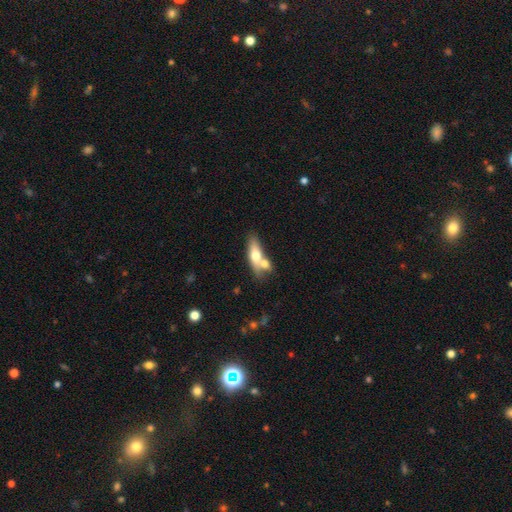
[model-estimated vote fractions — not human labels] Q: Smooth or featured?
A: smooth (58%); runner-up: featured or disk (35%)
Q: How rounded?
A: in between (58%); runner-up: cigar-shaped (37%)
Q: Merging?
A: merger (47%); runner-up: none (37%)